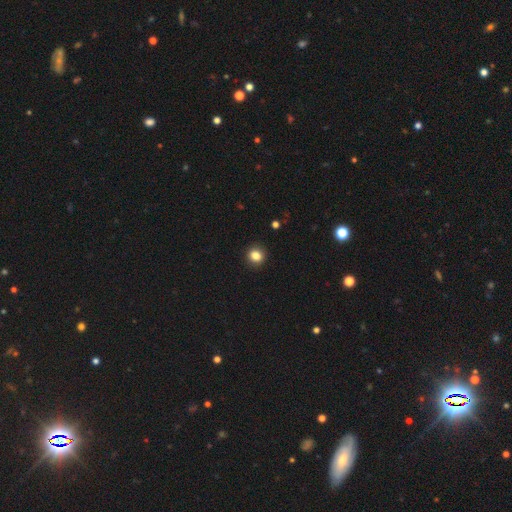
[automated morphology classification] Overall: smooth (84%). How rounded: round (83%). Merging: none (91%).